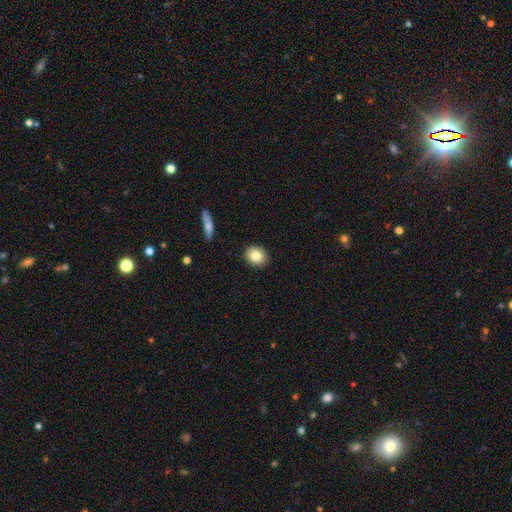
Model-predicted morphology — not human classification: This appears to be a smooth galaxy with no disk features (84%) that is round (70%). Merging: none (90%).